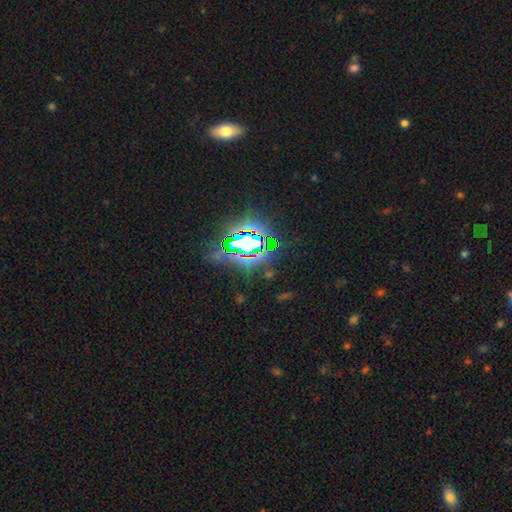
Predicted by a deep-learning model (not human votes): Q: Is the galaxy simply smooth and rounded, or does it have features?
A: star or artifact — 80%.